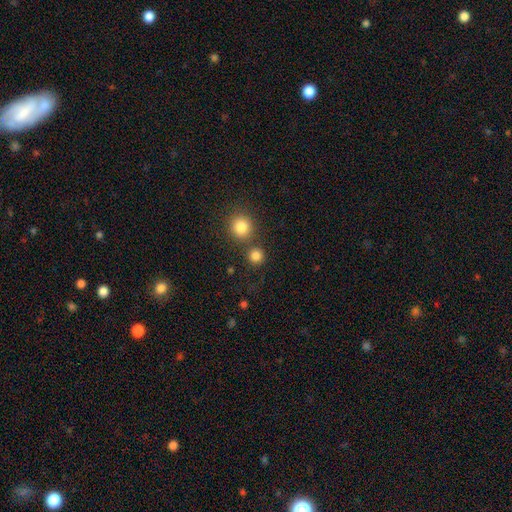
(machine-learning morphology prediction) Smooth or featured? Predicted: smooth (p=0.83). How rounded? Predicted: round (p=0.93). Merging? Predicted: none (p=0.75).